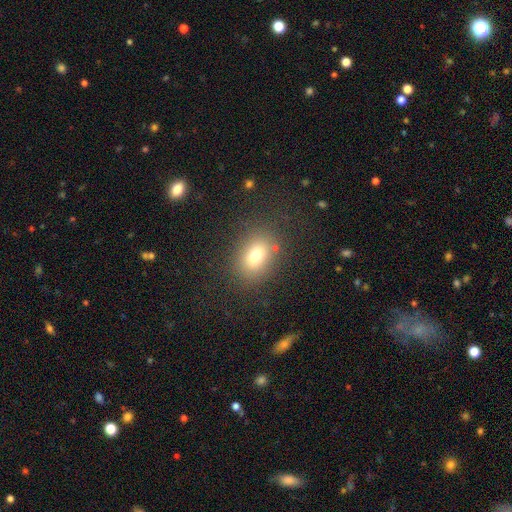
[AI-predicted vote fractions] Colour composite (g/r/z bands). It shows a smooth galaxy with no disk features (74%) that is in between round and cigar-shaped (59%). Merging: none (82%).